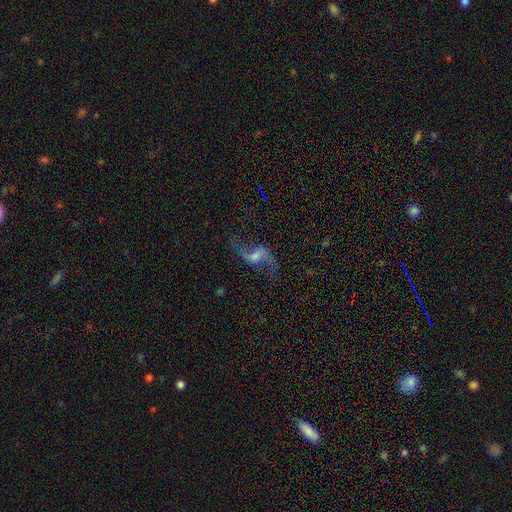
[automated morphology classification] featured or disk 82%, star or artifact 9%, smooth 9%. Down the decision tree: edge-on disk — no (95%); bar — weak (46%); spiral arms — yes (94%); spiral arm count — 2 (93%); spiral winding — loose (90%); bulge size — small (38%); merging — none (73%).